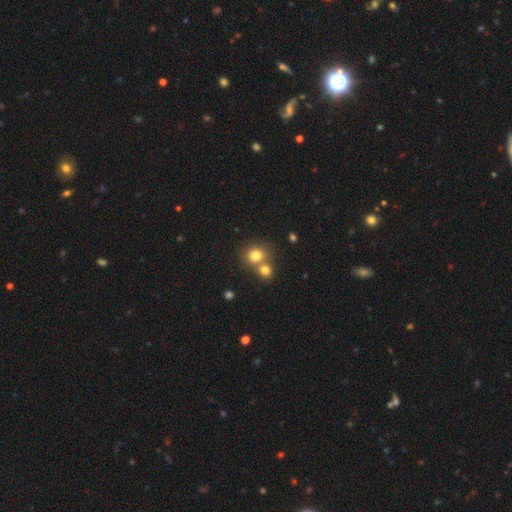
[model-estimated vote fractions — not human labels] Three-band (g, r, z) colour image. It shows a smooth galaxy with no disk features (79%) that is round (74%). Merging: none (46%).